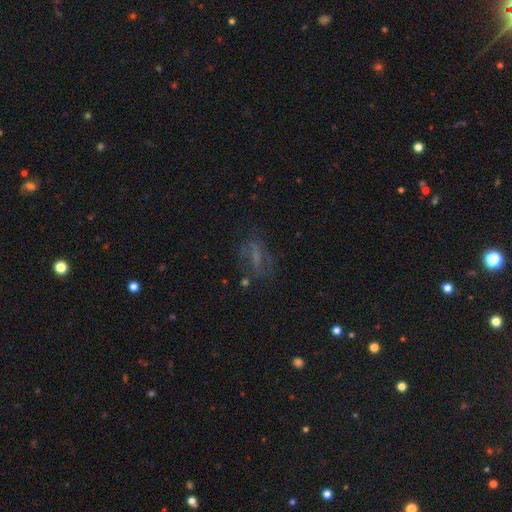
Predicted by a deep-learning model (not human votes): smooth-or-featured: featured or disk: 43% | smooth: 33% | star or artifact: 24%
  merging: none: 56% | major disturbance: 21% | minor disturbance: 19% | merger: 4%